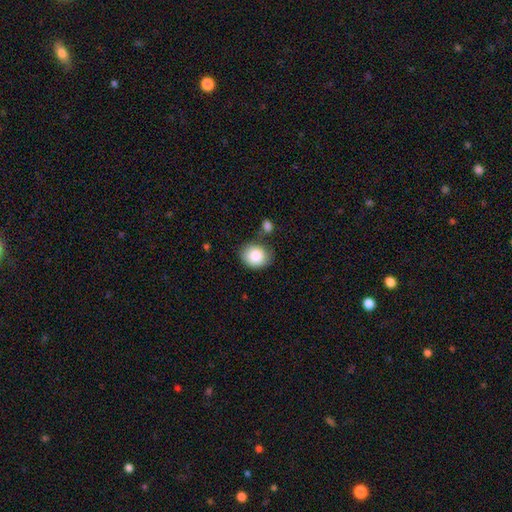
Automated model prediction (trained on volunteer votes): The model was most divided on "how rounded": round: 65%, in between: 34%, cigar-shaped: 1%. More confident: smooth or featured — smooth (86%); merging — none (71%).